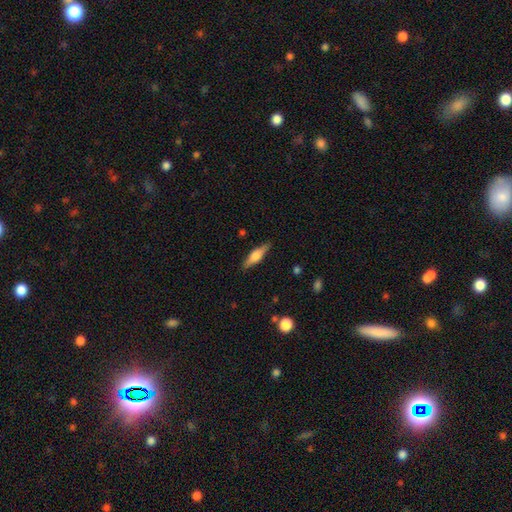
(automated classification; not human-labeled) smooth-or-featured: smooth: 51% | featured or disk: 43% | star or artifact: 6%
  how-rounded: cigar-shaped: 67% | in between: 31% | round: 2%
  merging: none: 86% | minor disturbance: 10% | major disturbance: 2% | merger: 1%